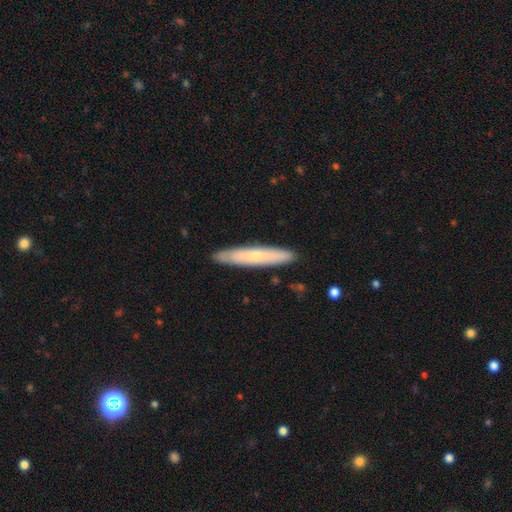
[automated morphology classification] smooth 55%, featured or disk 39%, star or artifact 6%. Down the decision tree: how rounded — cigar-shaped (92%); merging — none (89%).